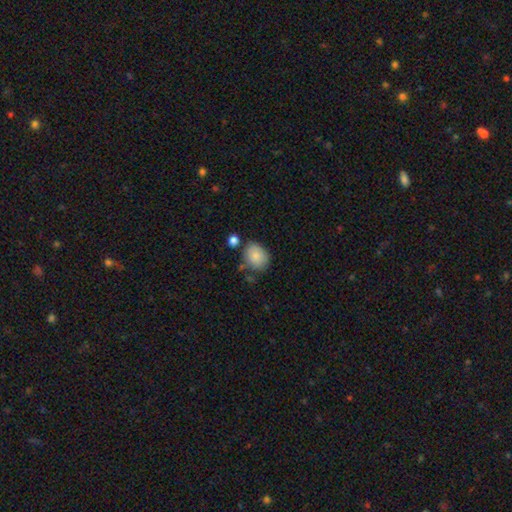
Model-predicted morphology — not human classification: Smooth or featured?
  - smooth: 84% *
  - featured or disk: 9%
  - star or artifact: 8%
How rounded?
  - in between: 51% *
  - round: 49%
  - cigar-shaped: 1%
Merging?
  - none: 67% *
  - minor disturbance: 20%
  - merger: 8%
  - major disturbance: 5%